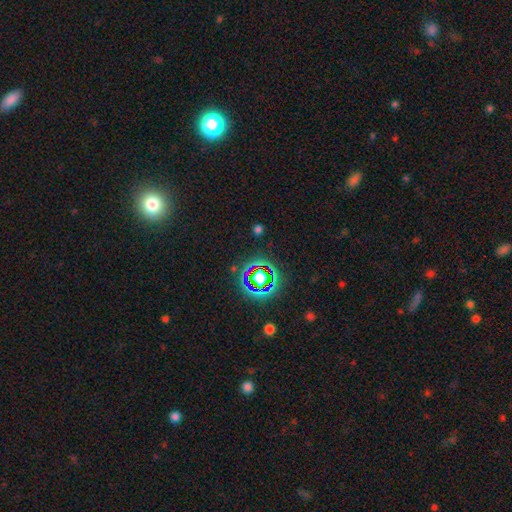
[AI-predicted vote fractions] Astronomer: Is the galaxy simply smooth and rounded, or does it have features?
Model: star or artifact — 70%.